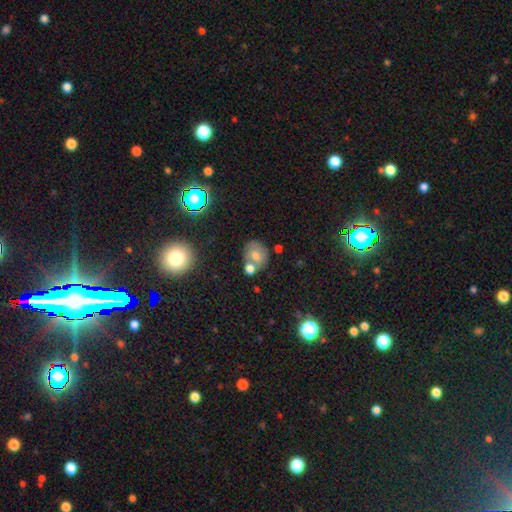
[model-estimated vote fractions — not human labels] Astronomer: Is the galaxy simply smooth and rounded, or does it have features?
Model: smooth — 57%.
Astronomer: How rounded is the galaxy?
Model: round — 65%.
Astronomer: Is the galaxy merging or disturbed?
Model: none — 50% (runner-up: merger, 31%).